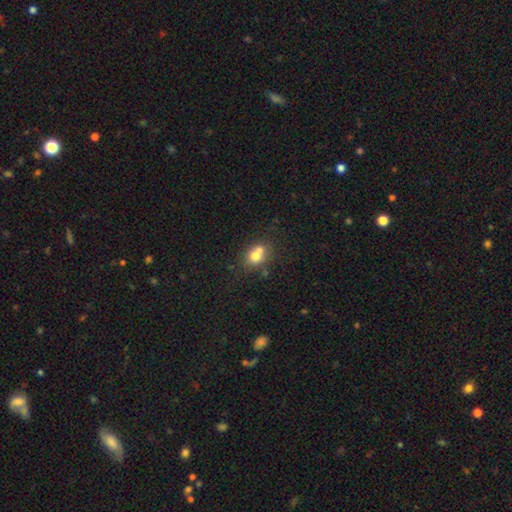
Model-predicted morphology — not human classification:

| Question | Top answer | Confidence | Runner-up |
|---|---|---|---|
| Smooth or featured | smooth | 70% | featured or disk (18%) |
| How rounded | round | 56% | in between (43%) |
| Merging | merger | 46% | none (39%) |